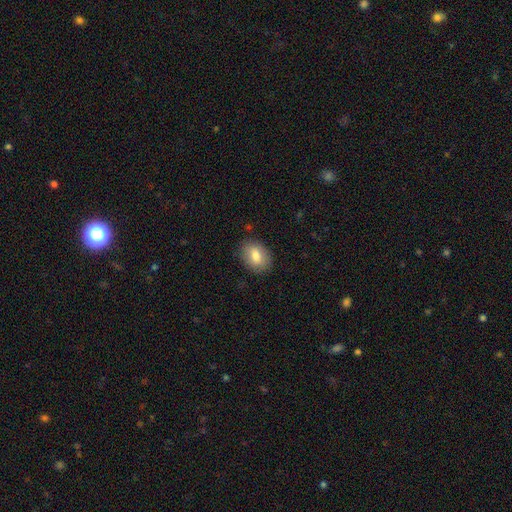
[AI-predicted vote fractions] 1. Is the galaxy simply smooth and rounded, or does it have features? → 80% smooth, 13% featured or disk, 7% star or artifact.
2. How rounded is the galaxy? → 75% in between, 23% round, 1% cigar-shaped.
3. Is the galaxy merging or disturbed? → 84% none, 12% minor disturbance, 3% major disturbance, 1% merger.